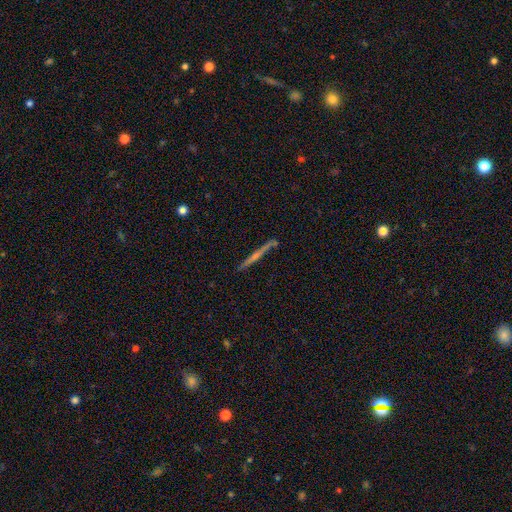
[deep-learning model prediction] smooth_or_featured: featured or disk (p=0.67) [alt: smooth p=0.26]
disk_edge_on: yes (p=0.97) [alt: no p=0.03]
edge_on_bulge: rounded (p=0.48) [alt: none p=0.44]
merging: none (p=0.86) [alt: minor disturbance p=0.10]